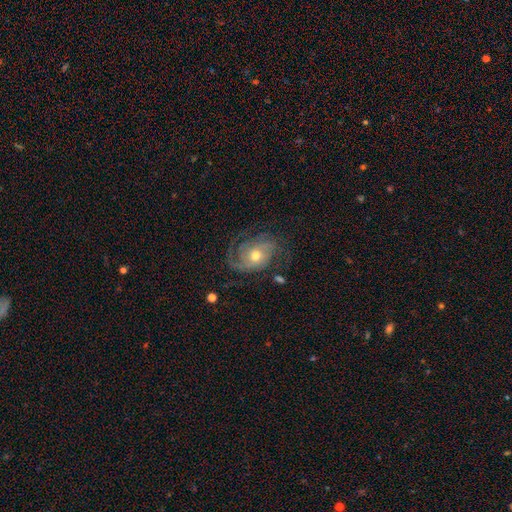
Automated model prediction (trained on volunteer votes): Smooth or featured?
  - featured or disk: 79% *
  - smooth: 14%
  - star or artifact: 7%
Edge-on disk?
  - no: 97% *
  - yes: 3%
Bar?
  - no: 76% *
  - weak: 20%
  - strong: 4%
Spiral arms?
  - yes: 93% *
  - no: 7%
Spiral winding?
  - tight: 41% *
  - medium: 38%
  - loose: 21%
Spiral arm count?
  - 2: 30% *
  - 3: 24%
  - can't tell: 23%
  - 1: 13%
  - 4: 6%
  - more than 4: 5%
Bulge size?
  - moderate: 64% *
  - small: 30%
  - large: 4%
  - none: 1%
  - dominant: 1%
Merging?
  - none: 61% *
  - minor disturbance: 20%
  - major disturbance: 17%
  - merger: 2%